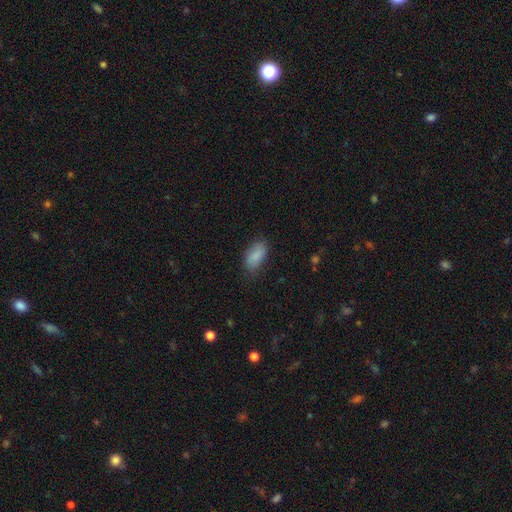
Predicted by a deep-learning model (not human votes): Morphology: type=smooth (86%); roundness=in between (92%); merging=none (74%).